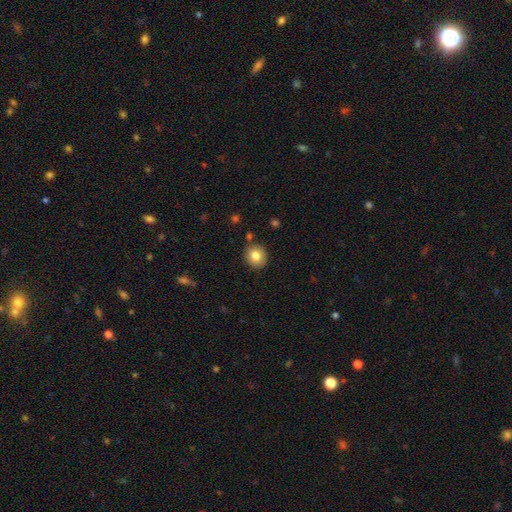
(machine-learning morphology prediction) type=smooth (82%); roundness=round (82%); merging=none (87%).